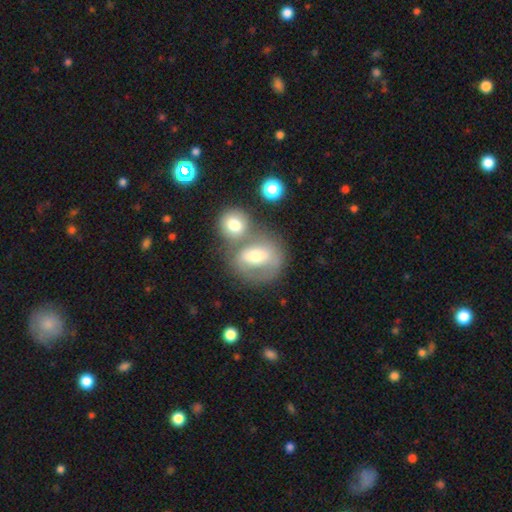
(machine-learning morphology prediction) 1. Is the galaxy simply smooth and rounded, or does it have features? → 48% smooth, 42% featured or disk, 9% star or artifact.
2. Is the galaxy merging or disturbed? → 45% merger, 37% none, 12% minor disturbance, 7% major disturbance.